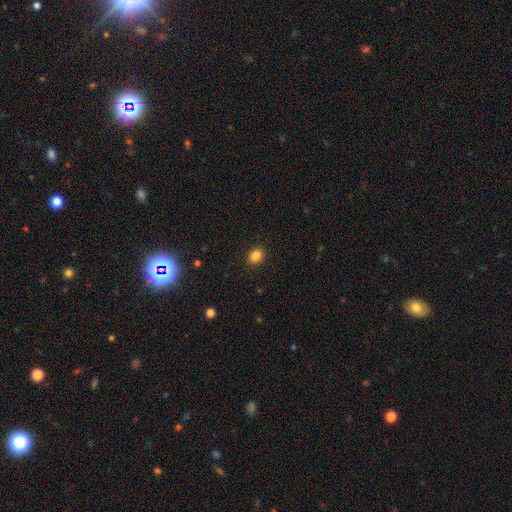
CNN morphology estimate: Smooth or featured: smooth — 85% (star or artifact — 11%)
How rounded: in between — 64% (round — 35%)
Merging: none — 89% (minor disturbance — 7%)